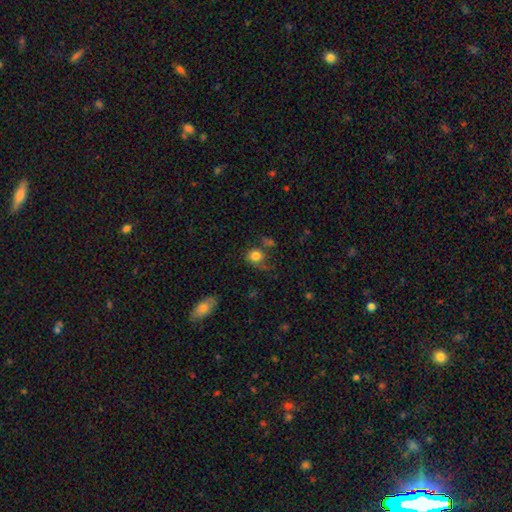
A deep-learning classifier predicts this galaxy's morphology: A smooth galaxy with no disk features (79%) that is round (80%).

Vote fractions:
- Smooth or featured? smooth: 79% / featured or disk: 11% / star or artifact: 10%
- How rounded? round: 80% / in between: 19% / cigar-shaped: 1%
- Merging? none: 54% / minor disturbance: 21% / major disturbance: 16% / merger: 10%